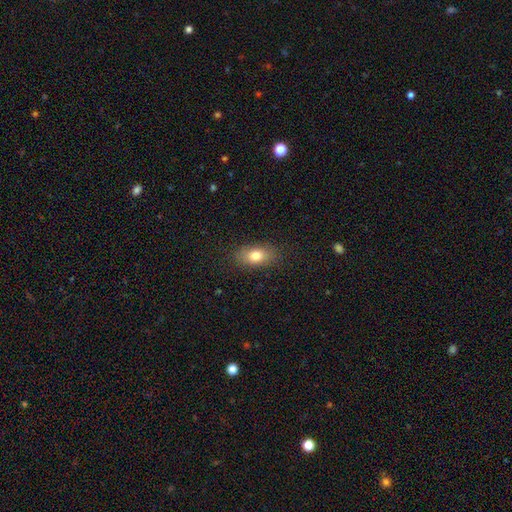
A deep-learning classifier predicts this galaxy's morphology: This appears to be a smooth galaxy with no disk features (79%) that is in between round and cigar-shaped (84%). Merging: none (85%).